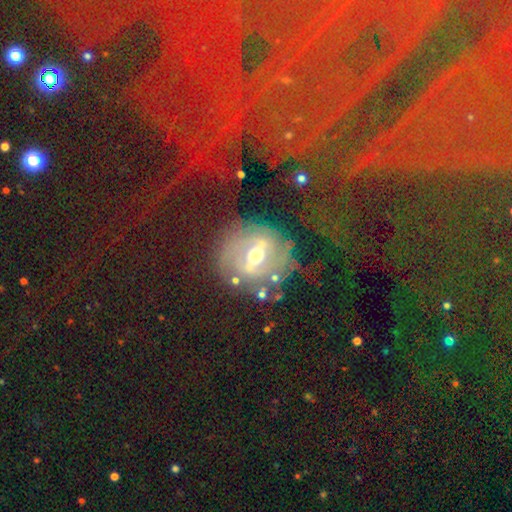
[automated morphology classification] Smooth or featured? featured or disk (82%)
Edge-on disk? no (89%)
Bar? strong (61%)
Spiral arms? yes (75%)
Spiral winding? tight (49%)
Spiral arm count? 2 (49%)
Bulge size? moderate (69%)
Merging? none (64%)